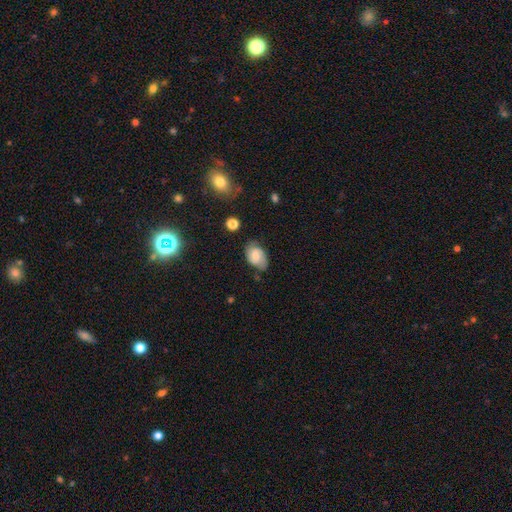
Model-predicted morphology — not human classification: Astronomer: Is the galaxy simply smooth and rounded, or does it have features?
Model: smooth — 55% (runner-up: featured or disk, 35%).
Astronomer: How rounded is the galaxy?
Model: in between — 84%.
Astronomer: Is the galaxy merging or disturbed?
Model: none — 58%.